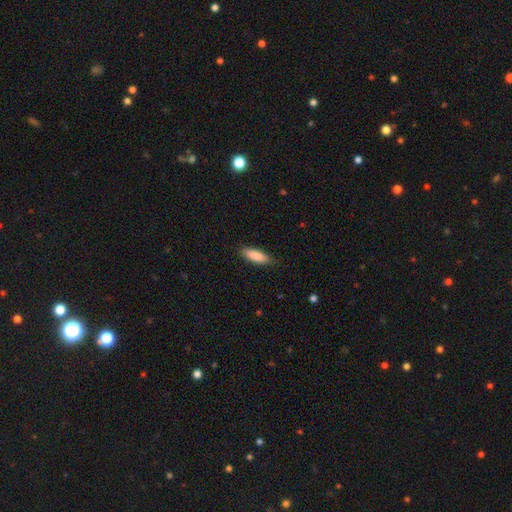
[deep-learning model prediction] Smooth or featured: smooth — 87% (featured or disk — 7%)
How rounded: in between — 56% (cigar-shaped — 42%)
Merging: none — 85% (minor disturbance — 12%)